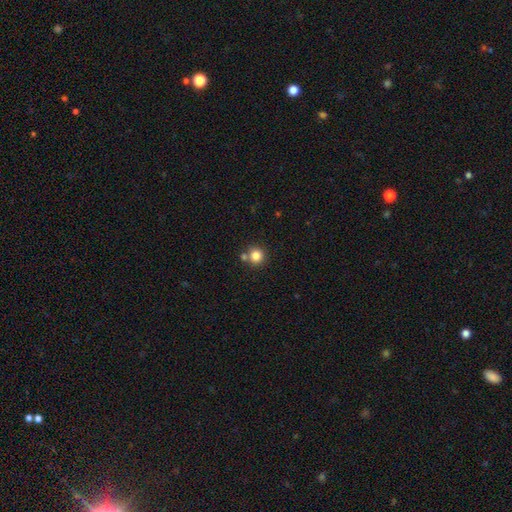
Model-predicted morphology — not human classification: Q: Smooth or featured?
A: smooth (83%); runner-up: star or artifact (11%)
Q: How rounded?
A: round (91%); runner-up: in between (8%)
Q: Merging?
A: none (72%); runner-up: merger (17%)